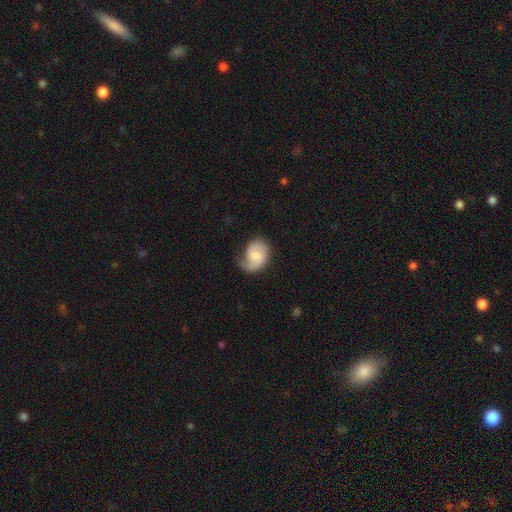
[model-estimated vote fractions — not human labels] Smooth or featured?
  - featured or disk: 62% *
  - smooth: 31%
  - star or artifact: 6%
Edge-on disk?
  - no: 98% *
  - yes: 2%
Bar?
  - no: 54% *
  - weak: 40%
  - strong: 6%
Spiral arms?
  - yes: 93% *
  - no: 7%
Spiral winding?
  - medium: 44% *
  - loose: 29%
  - tight: 27%
Spiral arm count?
  - 2: 63% *
  - 1: 27%
  - can't tell: 7%
  - 3: 1%
  - 4: 1%
  - more than 4: 1%
Bulge size?
  - moderate: 43% *
  - small: 35%
  - none: 12%
  - large: 8%
  - dominant: 2%
Merging?
  - none: 58% *
  - minor disturbance: 27%
  - major disturbance: 13%
  - merger: 2%